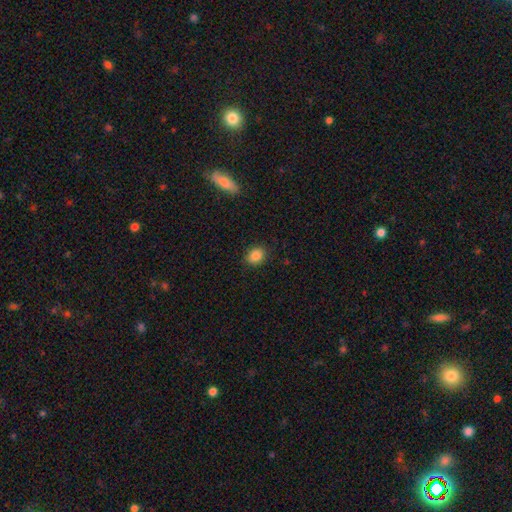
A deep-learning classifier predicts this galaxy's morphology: Smooth or featured? Predicted: smooth (p=0.86). How rounded? Predicted: round (p=0.55). Merging? Predicted: none (p=0.88).